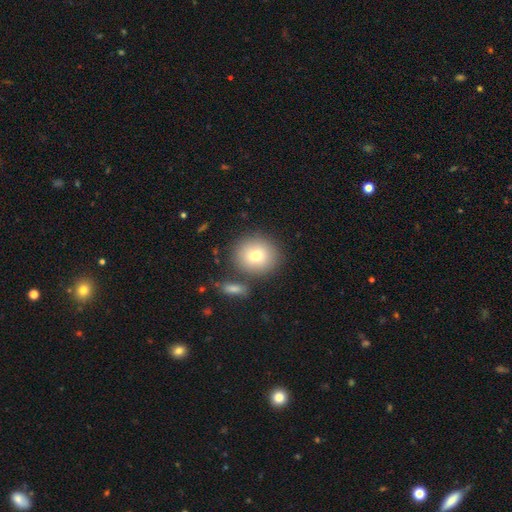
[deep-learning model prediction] smooth_or_featured: smooth (p=0.75) [alt: featured or disk p=0.15]
how_rounded: round (p=0.89) [alt: in between p=0.10]
merging: none (p=0.77) [alt: merger p=0.10]